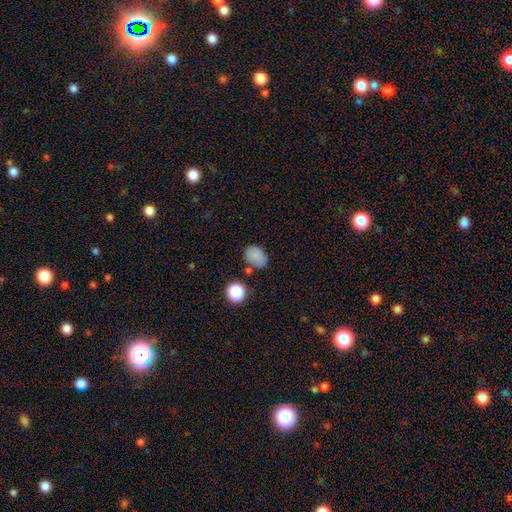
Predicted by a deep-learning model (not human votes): This is likely a smooth galaxy (79%). How rounded: likely in between (64%). Merging: likely none (68%).